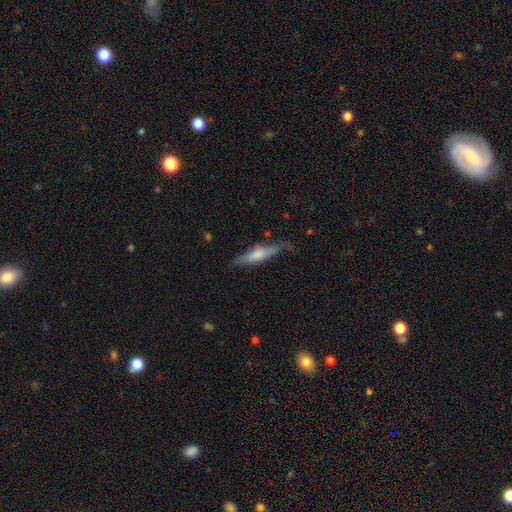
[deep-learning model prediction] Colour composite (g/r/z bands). It shows a featured or disk galaxy (53%) viewed edge-on (92%). Merging: none (71%).